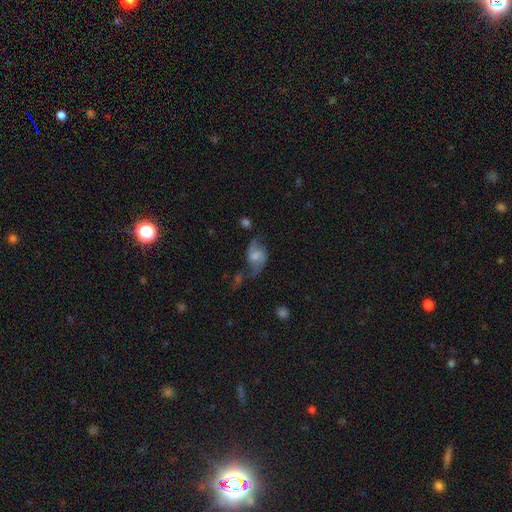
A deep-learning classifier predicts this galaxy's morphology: Smooth or featured: featured or disk — 64% (smooth — 27%)
Edge-on disk: no — 96% (yes — 4%)
Bar: weak — 47% (no — 43%)
Spiral arms: yes — 87% (no — 13%)
Spiral winding: loose — 61% (medium — 31%)
Spiral arm count: 2 — 86% (can't tell — 6%)
Bulge size: moderate — 38% (small — 27%)
Merging: none — 43% (minor disturbance — 23%)